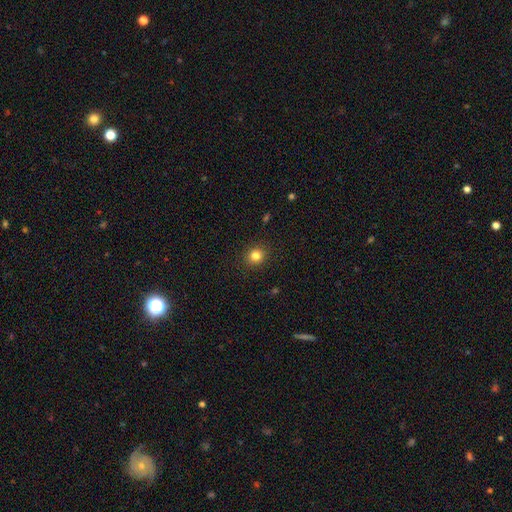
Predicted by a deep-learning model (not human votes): Smooth or featured? Predicted: smooth (p=0.82). How rounded? Predicted: round (p=0.81). Merging? Predicted: none (p=0.90).